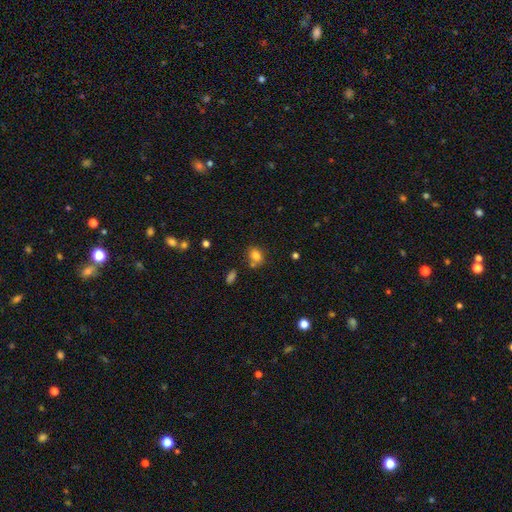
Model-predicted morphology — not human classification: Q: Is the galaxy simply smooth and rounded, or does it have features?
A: smooth — 81%.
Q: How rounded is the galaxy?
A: in between — 54%.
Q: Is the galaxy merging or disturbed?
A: none — 64%.